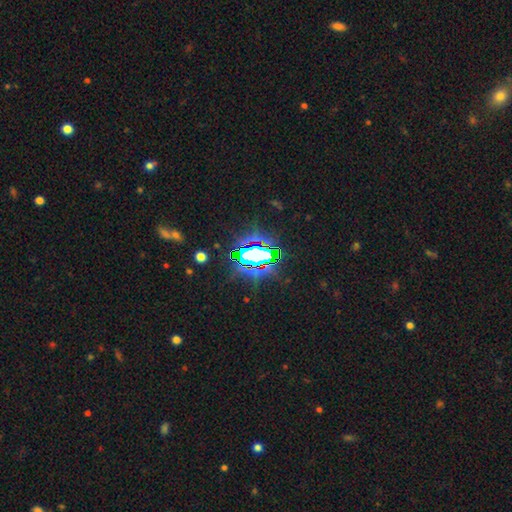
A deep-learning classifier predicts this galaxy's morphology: The model was most divided on "smooth or featured": star or artifact: 81%, smooth: 12%, featured or disk: 8%.